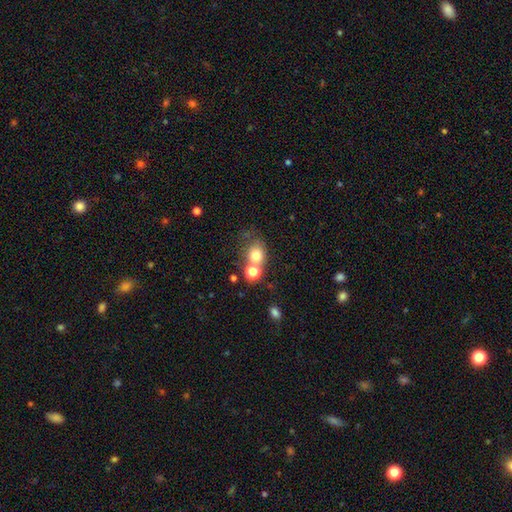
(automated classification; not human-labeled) Smooth or featured? Predicted: smooth (p=0.74). How rounded? Predicted: round (p=0.70). Merging? Predicted: none (p=0.46).